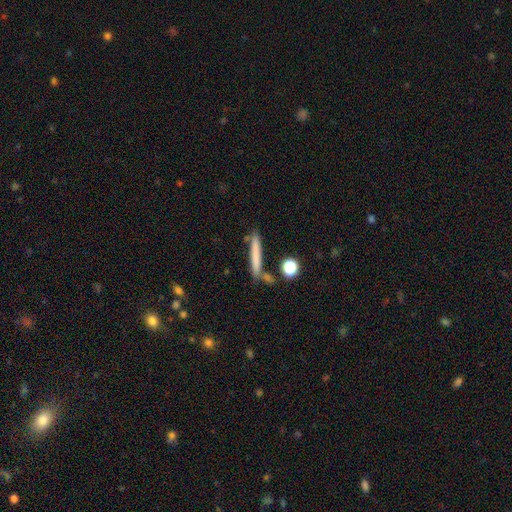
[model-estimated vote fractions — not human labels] smooth_or_featured: smooth (p=0.70) [alt: featured or disk p=0.22]
how_rounded: cigar-shaped (p=0.93) [alt: in between p=0.05]
merging: none (p=0.76) [alt: minor disturbance p=0.12]